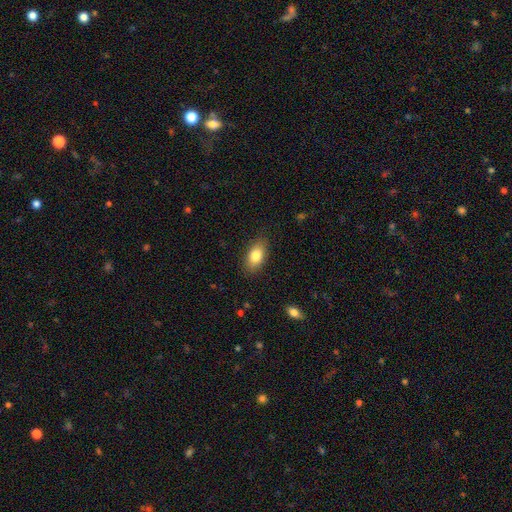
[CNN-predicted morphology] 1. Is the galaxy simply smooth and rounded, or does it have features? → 82% smooth, 11% featured or disk, 7% star or artifact.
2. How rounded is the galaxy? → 89% in between, 6% round, 5% cigar-shaped.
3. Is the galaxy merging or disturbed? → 86% none, 11% minor disturbance, 3% major disturbance, 1% merger.